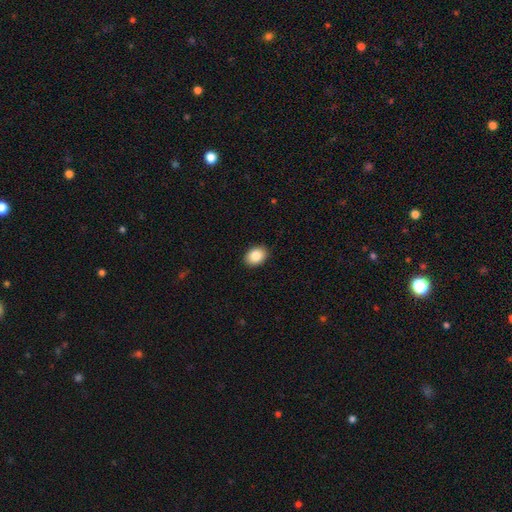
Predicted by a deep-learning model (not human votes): This appears to be a smooth galaxy with no disk features (87%) that is in between round and cigar-shaped (77%). Merging: none (90%).